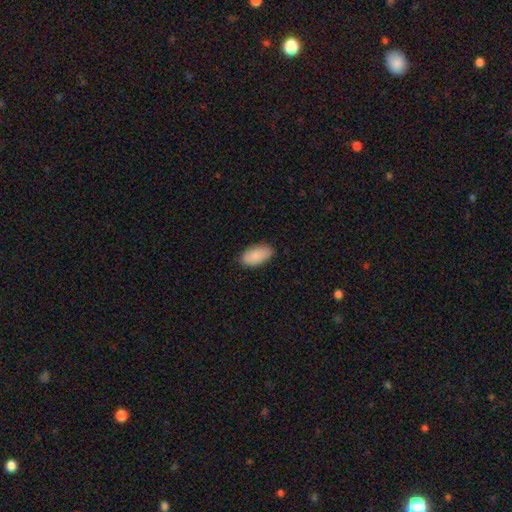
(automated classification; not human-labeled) This is clearly a smooth galaxy (89%). How rounded: clearly in between (95%). Merging: clearly none (85%).